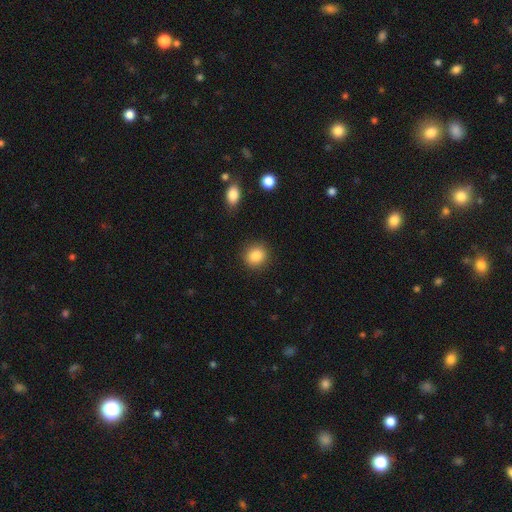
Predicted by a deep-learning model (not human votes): Q: Smooth or featured?
A: smooth (87%); runner-up: star or artifact (9%)
Q: How rounded?
A: round (80%); runner-up: in between (19%)
Q: Merging?
A: none (89%); runner-up: minor disturbance (7%)